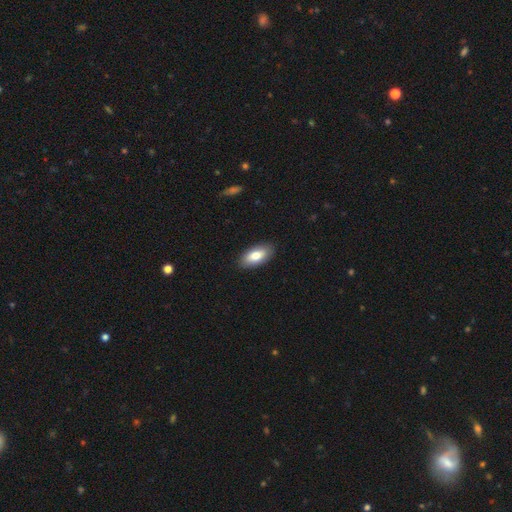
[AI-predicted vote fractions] A smooth galaxy with no disk features (80%) that is in between round and cigar-shaped (92%).

Vote fractions:
- Smooth or featured? smooth: 80% / featured or disk: 14% / star or artifact: 6%
- How rounded? in between: 92% / cigar-shaped: 6% / round: 2%
- Merging? none: 88% / minor disturbance: 9% / major disturbance: 2% / merger: 1%